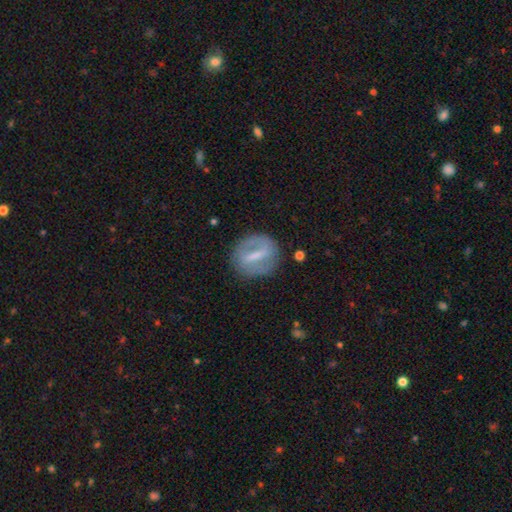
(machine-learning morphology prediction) Q: Smooth or featured?
A: featured or disk (61%); runner-up: smooth (32%)
Q: Edge-on disk?
A: no (89%); runner-up: yes (11%)
Q: Bar?
A: strong (65%); runner-up: weak (27%)
Q: Spiral arms?
A: no (64%); runner-up: yes (36%)
Q: Bulge size?
A: small (35%); runner-up: moderate (31%)
Q: Merging?
A: none (78%); runner-up: minor disturbance (14%)